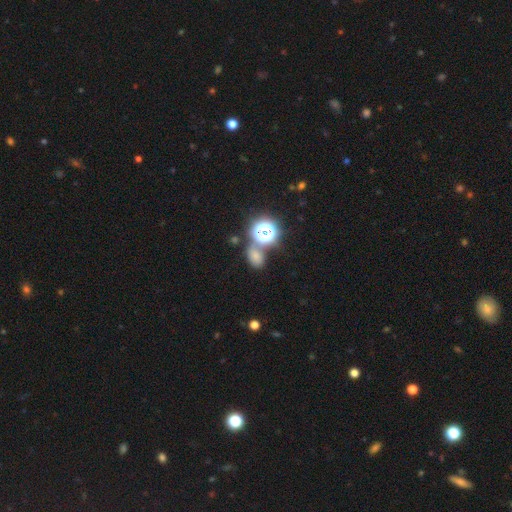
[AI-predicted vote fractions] Morphology: type=smooth (59%); roundness=in between (61%); merging=none (55%).